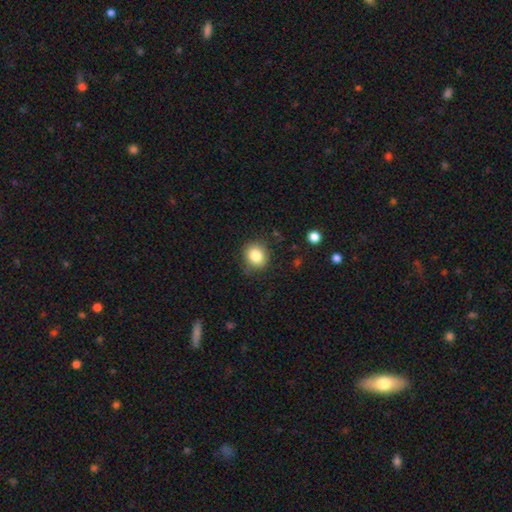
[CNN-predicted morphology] Q: Smooth or featured?
A: smooth (83%); runner-up: star or artifact (10%)
Q: How rounded?
A: round (75%); runner-up: in between (24%)
Q: Merging?
A: none (84%); runner-up: minor disturbance (12%)